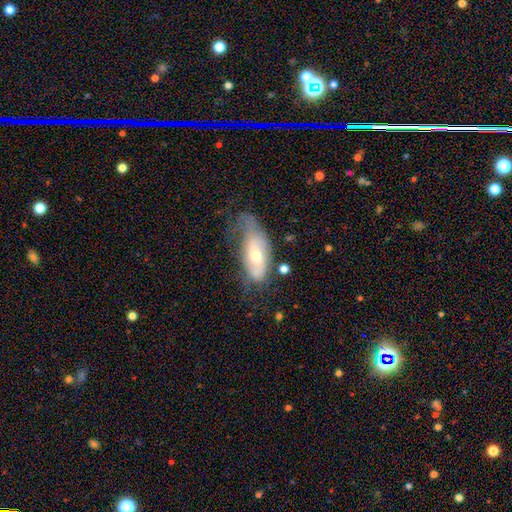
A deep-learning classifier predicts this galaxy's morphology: A featured or disk galaxy (48%).

Vote fractions:
- Smooth or featured? featured or disk: 48% / smooth: 44% / star or artifact: 7%
- Merging? minor disturbance: 34% / none: 33% / major disturbance: 29% / merger: 5%